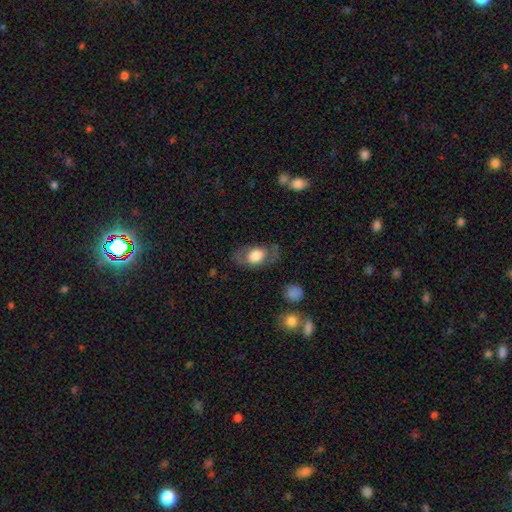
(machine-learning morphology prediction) smooth-or-featured: smooth: 63% | featured or disk: 30% | star or artifact: 7%
  how-rounded: in between: 85% | round: 13% | cigar-shaped: 2%
  merging: none: 73% | minor disturbance: 17% | major disturbance: 9% | merger: 2%